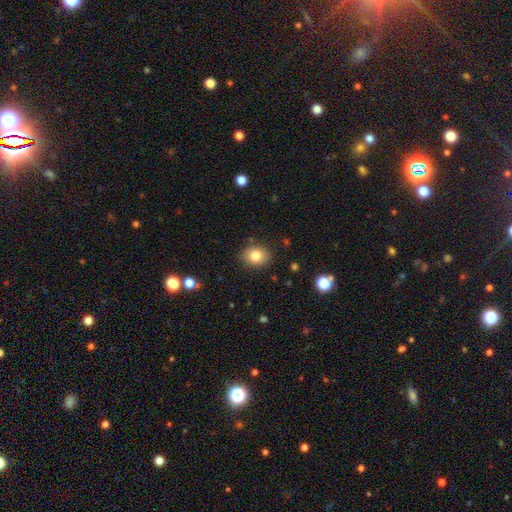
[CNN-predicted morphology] This appears to be a smooth galaxy with no disk features (82%) that is in between round and cigar-shaped (51%). Merging: none (86%).